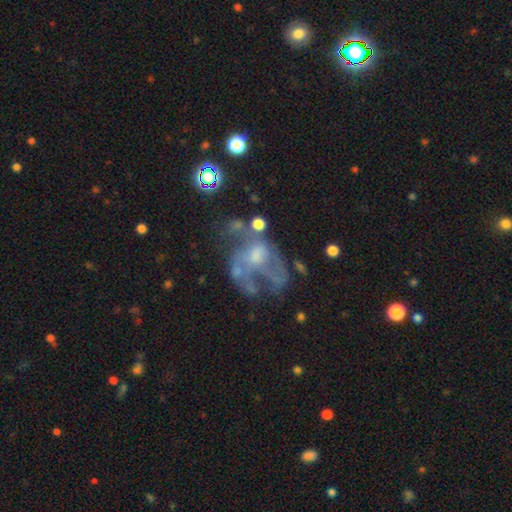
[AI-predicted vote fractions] Smooth or featured?
  - featured or disk: 60% *
  - smooth: 24%
  - star or artifact: 16%
Edge-on disk?
  - no: 97% *
  - yes: 3%
Bar?
  - no: 77% *
  - weak: 19%
  - strong: 4%
Spiral arms?
  - no: 69% *
  - yes: 31%
Bulge size?
  - moderate: 32% *
  - none: 31%
  - small: 29%
  - large: 6%
  - dominant: 2%
Merging?
  - major disturbance: 43% *
  - none: 26%
  - merger: 17%
  - minor disturbance: 15%